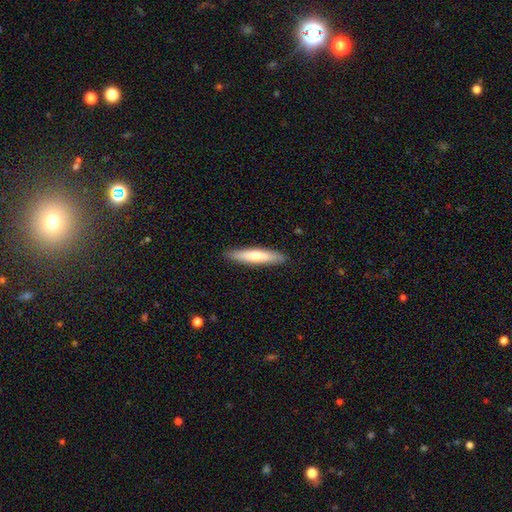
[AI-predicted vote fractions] The model was most divided on "smooth or featured": smooth: 64%, featured or disk: 31%, star or artifact: 5%. More confident: merging — none (90%); how rounded — cigar-shaped (88%).